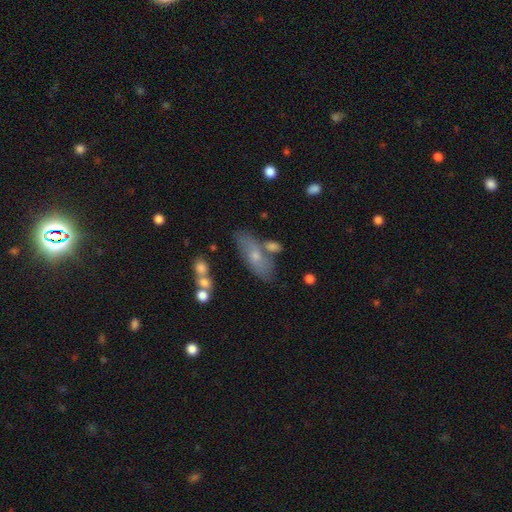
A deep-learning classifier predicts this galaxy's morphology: Q: Smooth or featured?
A: smooth (58%); runner-up: featured or disk (34%)
Q: How rounded?
A: in between (66%); runner-up: cigar-shaped (29%)
Q: Merging?
A: none (61%); runner-up: minor disturbance (17%)